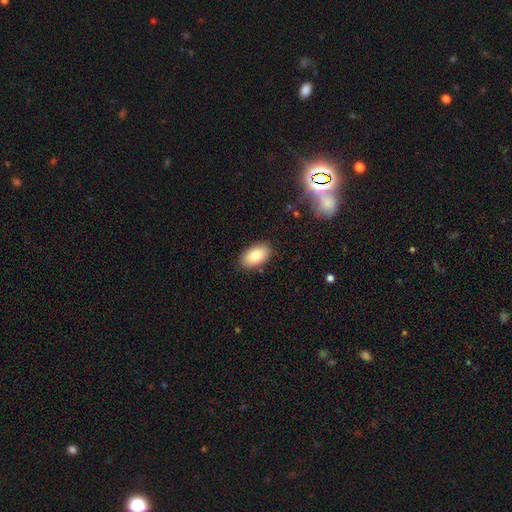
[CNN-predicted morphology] type=smooth (81%); roundness=in between (93%); merging=none (86%).